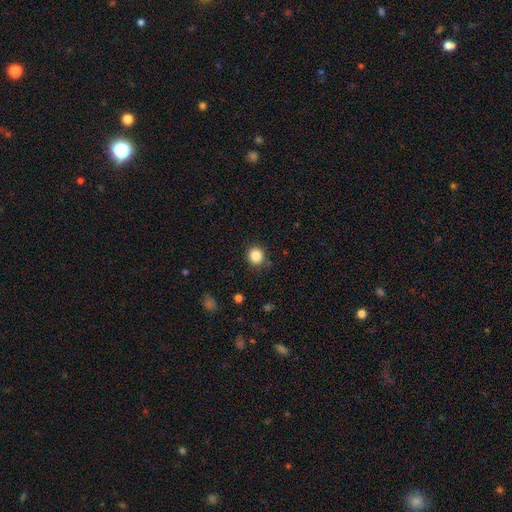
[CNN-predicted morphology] type=smooth (85%); roundness=round (89%); merging=none (86%).